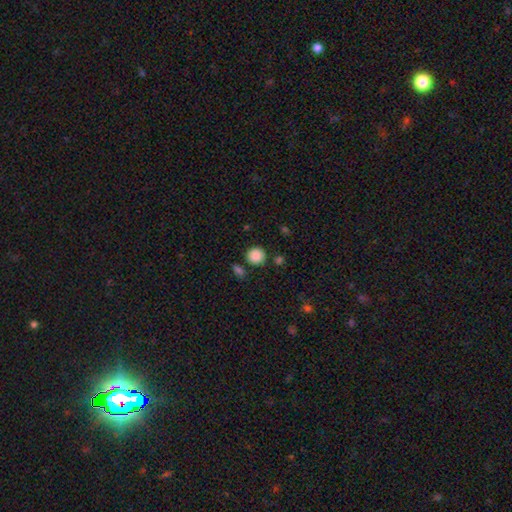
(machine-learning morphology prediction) The model was most divided on "merging": none: 83%, minor disturbance: 8%, merger: 6%, major disturbance: 3%. More confident: how rounded — round (91%); smooth or featured — smooth (88%).